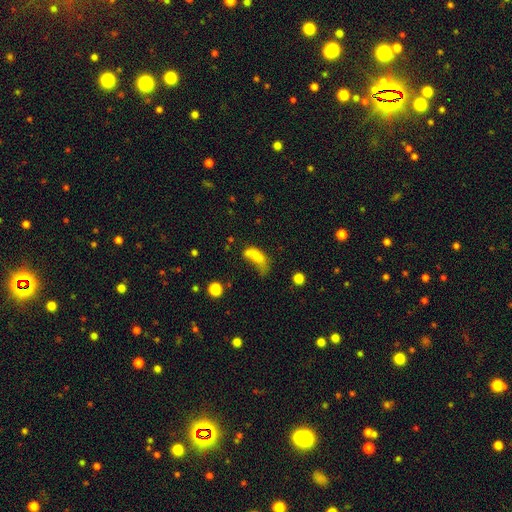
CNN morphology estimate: smooth_or_featured: smooth (p=0.70) [alt: featured or disk p=0.18]
how_rounded: in between (p=0.78) [alt: cigar-shaped p=0.15]
merging: major disturbance (p=0.38) [alt: minor disturbance p=0.22]